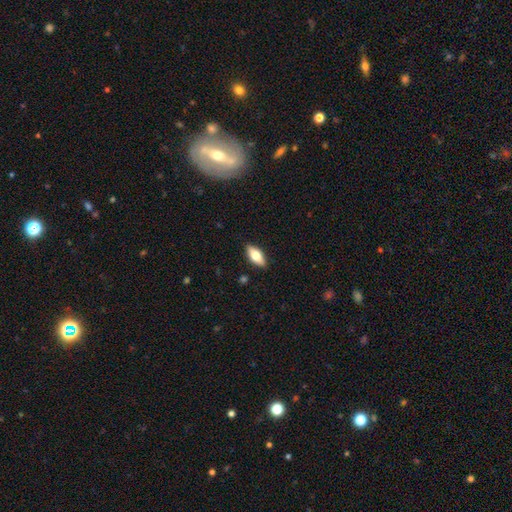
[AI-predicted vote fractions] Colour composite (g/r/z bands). It shows a smooth galaxy with no disk features (67%) that is in between round and cigar-shaped (82%). Merging: none (88%).